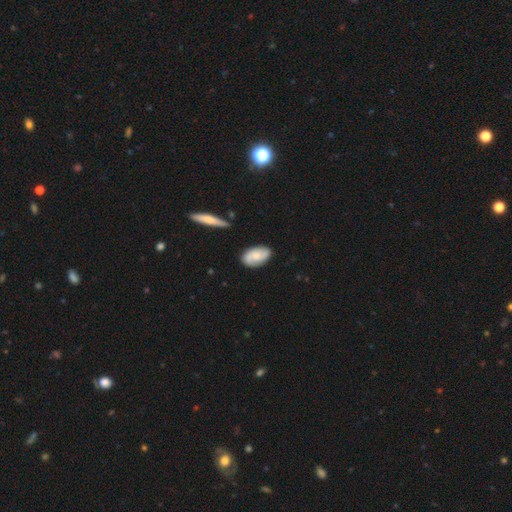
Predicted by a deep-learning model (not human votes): Q: Smooth or featured?
A: smooth (49%); runner-up: featured or disk (44%)
Q: Merging?
A: none (79%); runner-up: minor disturbance (15%)